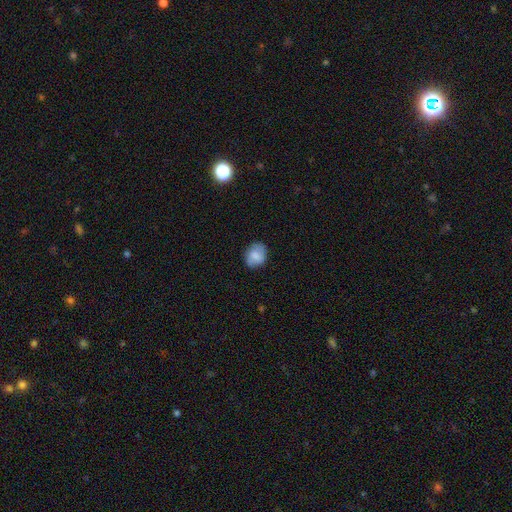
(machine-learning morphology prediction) Smooth or featured: smooth — 76% (featured or disk — 15%)
How rounded: round — 55% (in between — 44%)
Merging: none — 77% (minor disturbance — 17%)